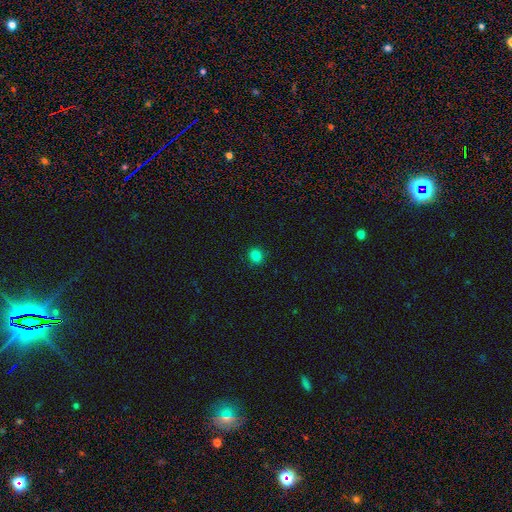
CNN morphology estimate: A smooth galaxy with no disk features (83%) that is round (84%).

Vote fractions:
- Smooth or featured? smooth: 83% / star or artifact: 13% / featured or disk: 4%
- How rounded? round: 84% / in between: 15% / cigar-shaped: 1%
- Merging? none: 91% / minor disturbance: 6% / major disturbance: 2% / merger: 1%